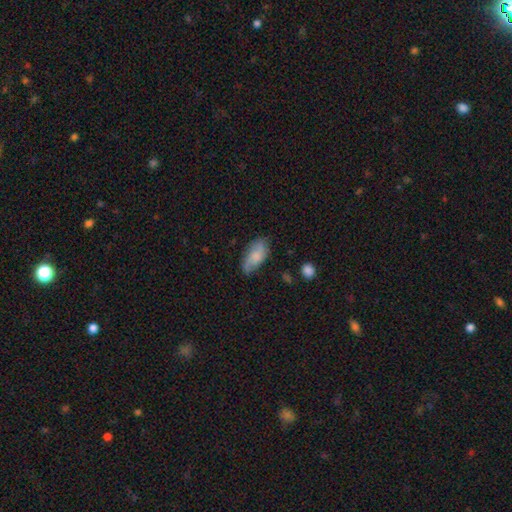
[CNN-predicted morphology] Smooth or featured?
  - smooth: 66% *
  - featured or disk: 27%
  - star or artifact: 7%
How rounded?
  - in between: 91% *
  - cigar-shaped: 6%
  - round: 3%
Merging?
  - none: 69% *
  - minor disturbance: 23%
  - major disturbance: 6%
  - merger: 2%